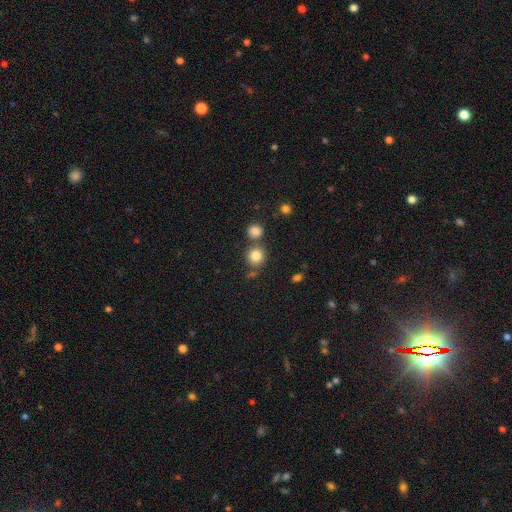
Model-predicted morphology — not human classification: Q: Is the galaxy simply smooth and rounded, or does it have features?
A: smooth — 82%.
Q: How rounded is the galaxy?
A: round — 87%.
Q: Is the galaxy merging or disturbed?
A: none — 68%.